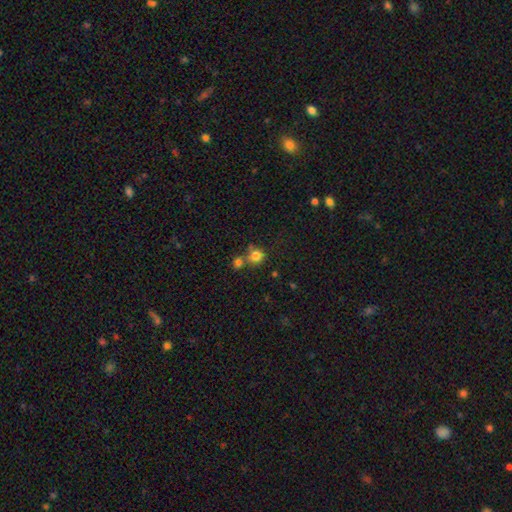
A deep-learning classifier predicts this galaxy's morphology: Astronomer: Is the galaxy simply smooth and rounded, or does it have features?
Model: smooth — 80%.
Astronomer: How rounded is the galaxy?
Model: round — 79%.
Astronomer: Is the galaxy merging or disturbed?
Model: none — 51% (runner-up: merger, 34%).